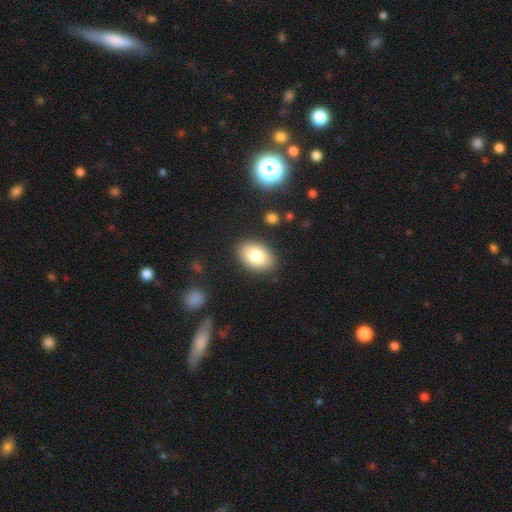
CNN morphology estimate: The model was most divided on "smooth or featured": smooth: 80%, featured or disk: 12%, star or artifact: 8%. More confident: how rounded — in between (88%); merging — none (86%).